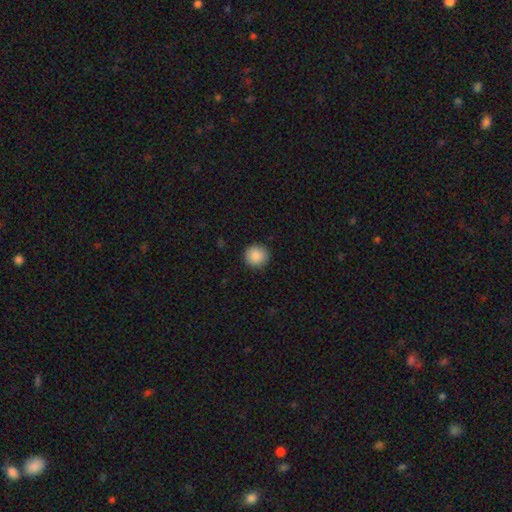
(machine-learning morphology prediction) A smooth galaxy with no disk features (88%) that is round (95%). Merging: none (92%).